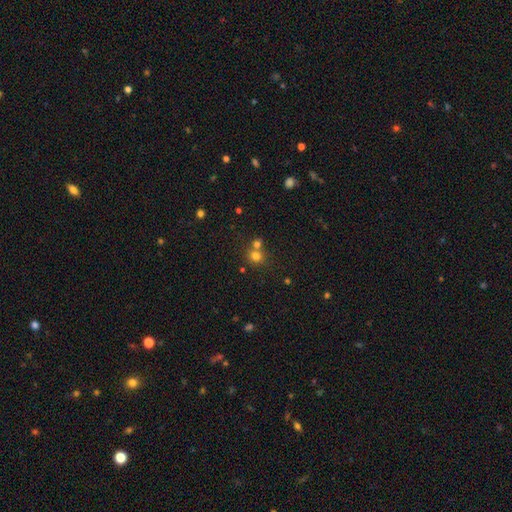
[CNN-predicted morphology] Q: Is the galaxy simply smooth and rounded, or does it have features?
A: smooth — 75%.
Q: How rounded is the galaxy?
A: round — 84%.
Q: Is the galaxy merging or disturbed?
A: none — 52%.